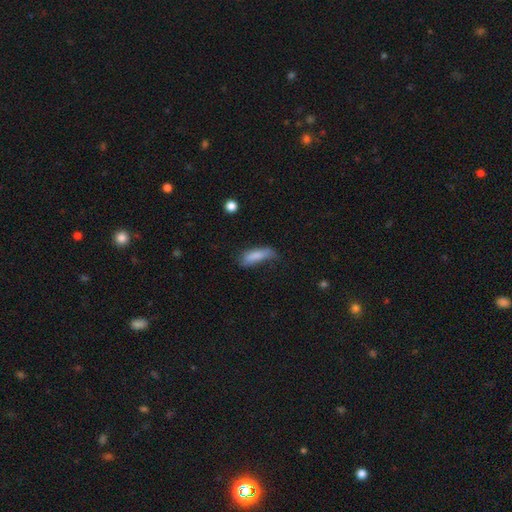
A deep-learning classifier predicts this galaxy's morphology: type=smooth (78%); roundness=in between (50%); merging=none (41%).